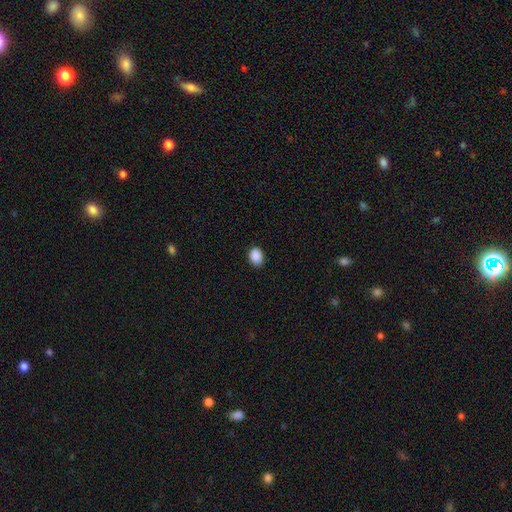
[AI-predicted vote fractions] smooth 90%, star or artifact 8%, featured or disk 2%. Down the decision tree: how rounded — in between (70%); merging — none (87%).